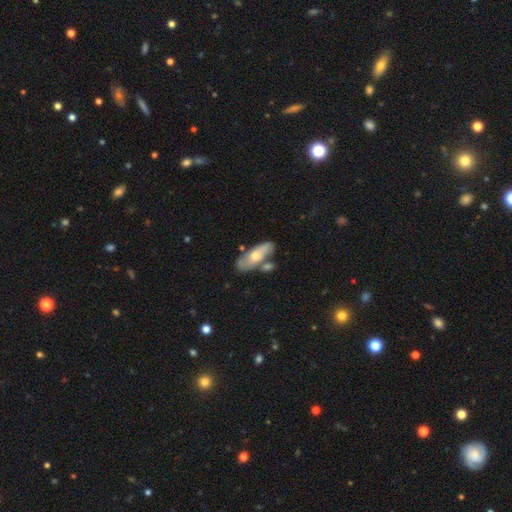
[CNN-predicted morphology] Overall: smooth (52%; featured or disk 42%). How rounded: in between (68%; cigar-shaped 29%). Merging: none (65%).